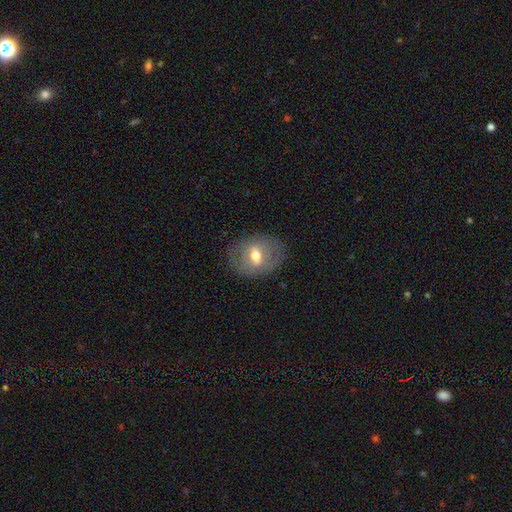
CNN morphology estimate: smooth_or_featured: featured or disk (p=0.49) [alt: smooth p=0.43]
merging: none (p=0.77) [alt: minor disturbance p=0.15]